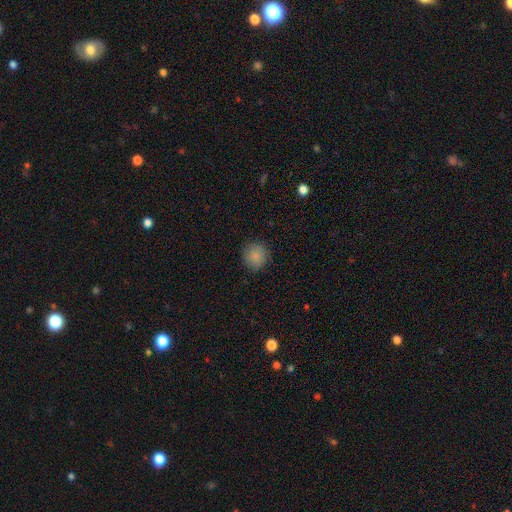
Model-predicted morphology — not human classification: smooth_or_featured: smooth (p=0.86) [alt: star or artifact p=0.08]
how_rounded: round (p=0.92) [alt: in between p=0.07]
merging: none (p=0.87) [alt: minor disturbance p=0.10]